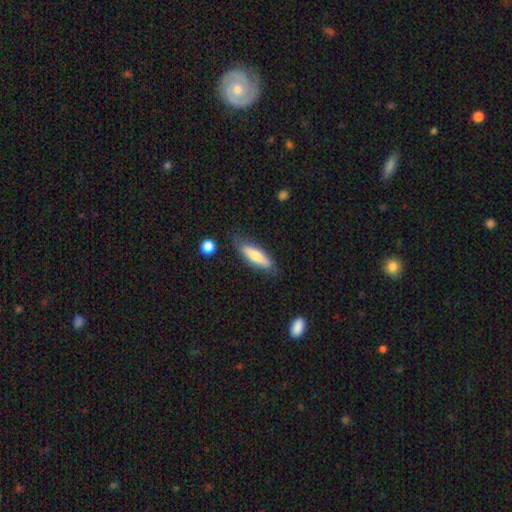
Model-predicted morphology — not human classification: Smooth or featured?
  - smooth: 67% *
  - featured or disk: 27%
  - star or artifact: 6%
How rounded?
  - cigar-shaped: 65% *
  - in between: 34%
  - round: 2%
Merging?
  - none: 75% *
  - minor disturbance: 18%
  - major disturbance: 5%
  - merger: 3%